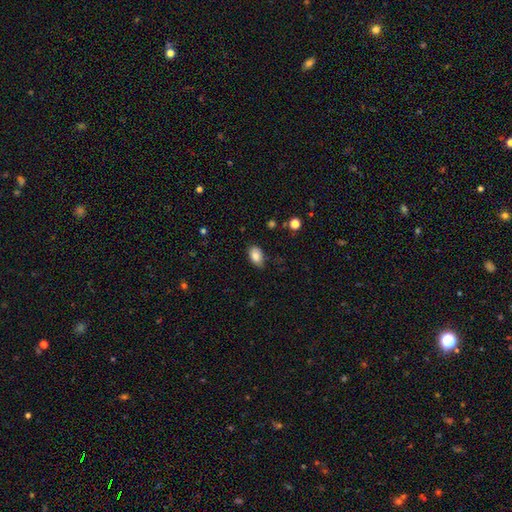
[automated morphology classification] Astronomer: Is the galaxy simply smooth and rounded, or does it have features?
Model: smooth — 84%.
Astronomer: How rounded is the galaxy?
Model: in between — 90%.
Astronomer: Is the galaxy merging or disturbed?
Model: none — 73%.